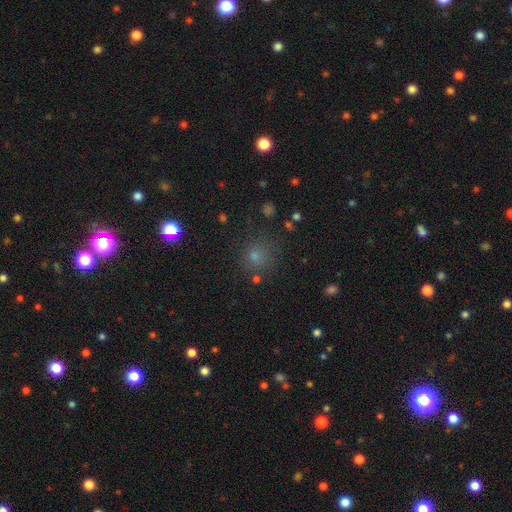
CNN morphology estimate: type=smooth (65%); roundness=round (90%); merging=none (81%).